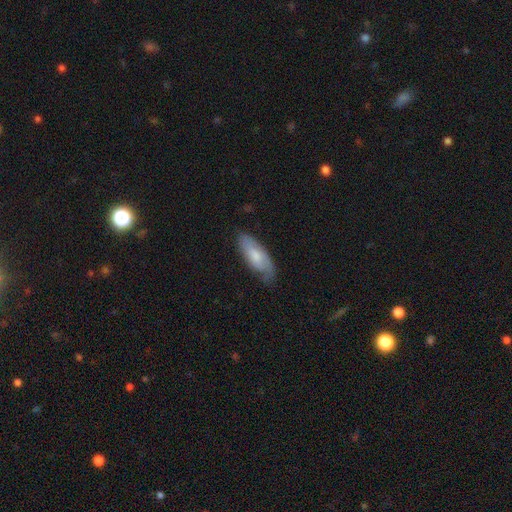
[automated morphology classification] Smooth or featured? smooth (63%)
How rounded? in between (75%)
Merging? none (62%)